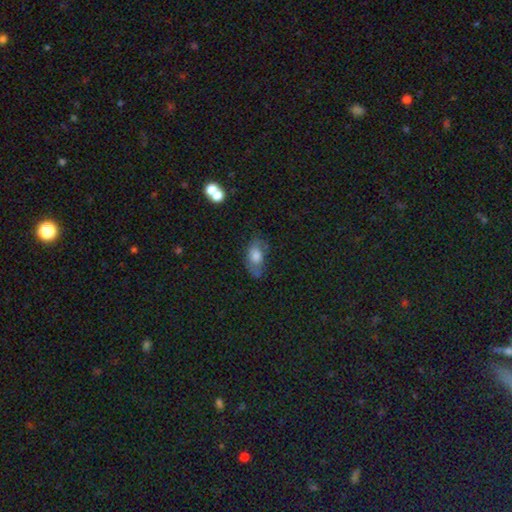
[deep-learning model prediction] smooth 63%, featured or disk 27%, star or artifact 10%. Down the decision tree: how rounded — in between (86%); merging — none (57%).